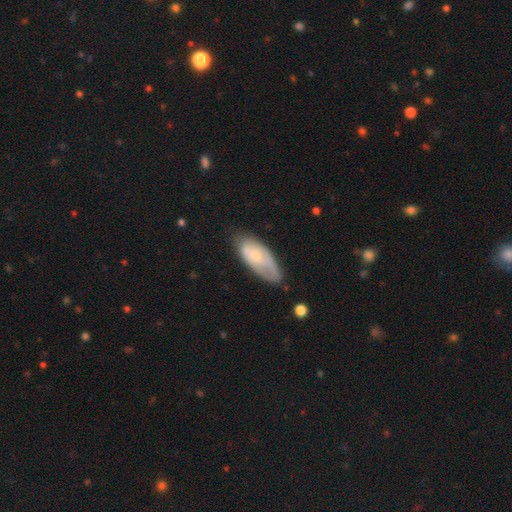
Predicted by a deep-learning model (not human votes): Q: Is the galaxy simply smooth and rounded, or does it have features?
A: smooth — 55%.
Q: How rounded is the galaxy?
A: in between — 85%.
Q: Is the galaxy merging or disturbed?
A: none — 59%.